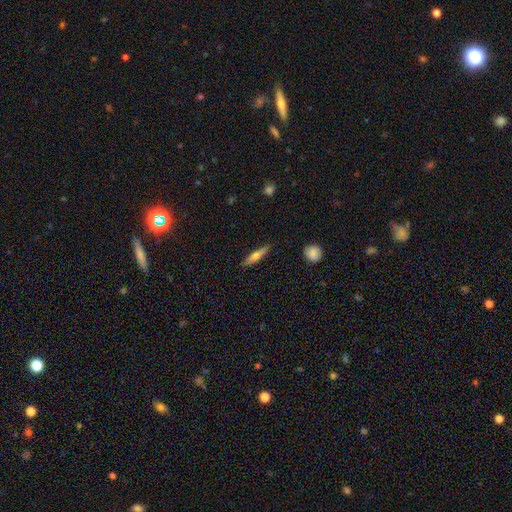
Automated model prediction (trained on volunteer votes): This appears to be a smooth galaxy with no disk features (55%) that is cigar-shaped (83%). Merging: none (88%).